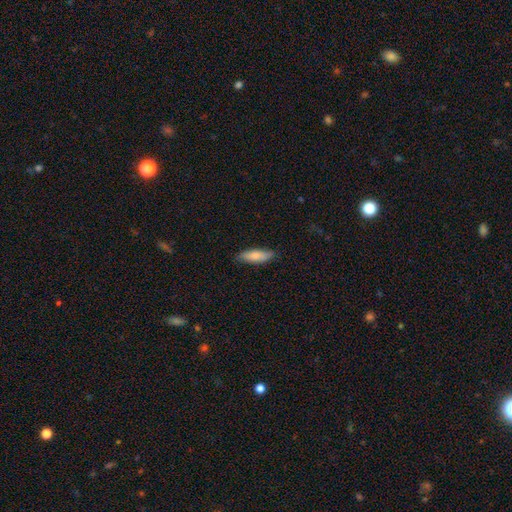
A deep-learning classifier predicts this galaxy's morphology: This appears to be a smooth galaxy with no disk features (77%) that is in between round and cigar-shaped (52%). Merging: none (82%).